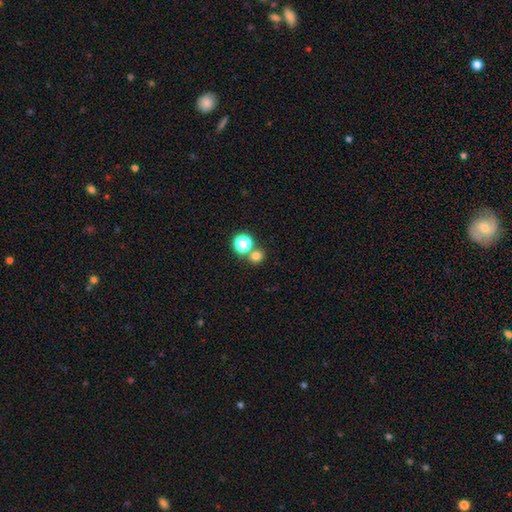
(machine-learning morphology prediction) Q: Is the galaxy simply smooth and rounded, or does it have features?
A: smooth — 73%.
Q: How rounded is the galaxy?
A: round — 85%.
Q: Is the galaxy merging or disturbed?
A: none — 66%.